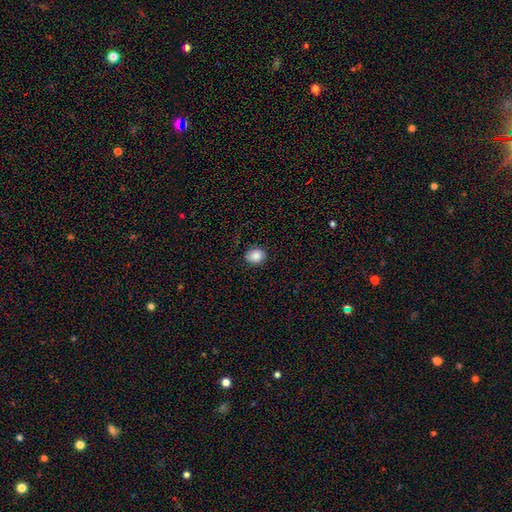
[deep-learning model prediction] This appears to be a smooth galaxy with no disk features (85%) that is round (60%). Merging: none (83%).